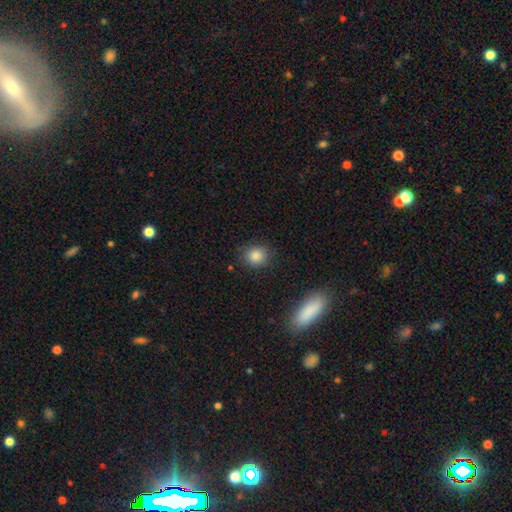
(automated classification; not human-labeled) Morphology: type=smooth (84%); roundness=round (73%); merging=none (83%).